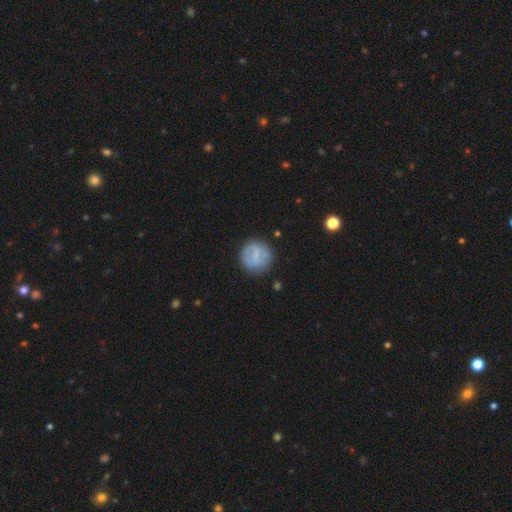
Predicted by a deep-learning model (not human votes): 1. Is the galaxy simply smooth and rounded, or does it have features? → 55% smooth, 38% featured or disk, 7% star or artifact.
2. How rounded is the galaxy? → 88% round, 11% in between, 1% cigar-shaped.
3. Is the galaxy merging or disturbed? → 77% none, 15% minor disturbance, 6% major disturbance, 2% merger.